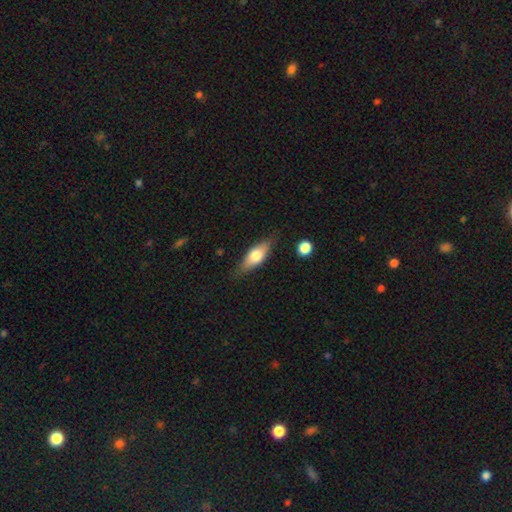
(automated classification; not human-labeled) smooth_or_featured: smooth (p=0.62) [alt: featured or disk p=0.32]
how_rounded: in between (p=0.67) [alt: cigar-shaped p=0.30]
merging: none (p=0.77) [alt: minor disturbance p=0.17]